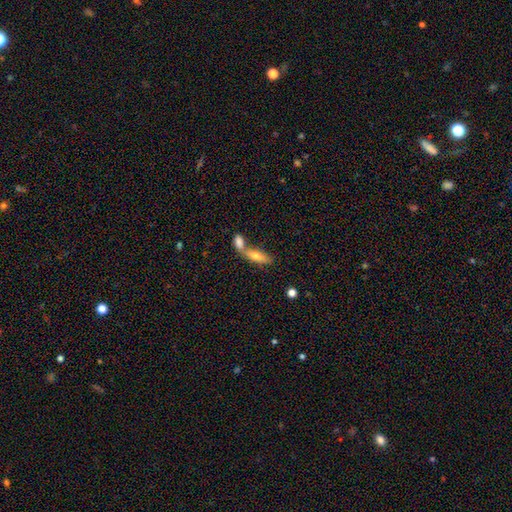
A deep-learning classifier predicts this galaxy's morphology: Smooth or featured?
  - smooth: 66% *
  - featured or disk: 27%
  - star or artifact: 8%
How rounded?
  - in between: 60% *
  - cigar-shaped: 37%
  - round: 3%
Merging?
  - merger: 56% *
  - none: 32%
  - minor disturbance: 8%
  - major disturbance: 4%